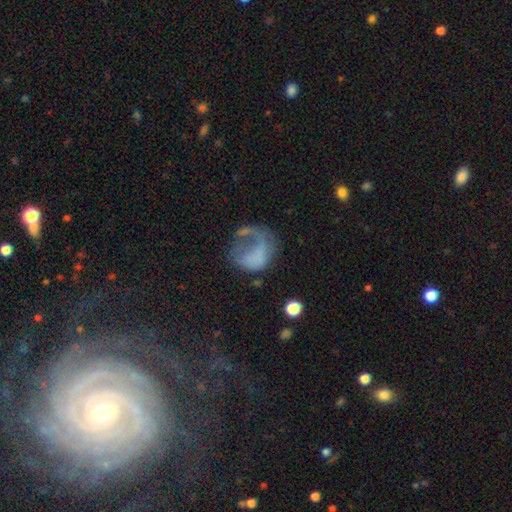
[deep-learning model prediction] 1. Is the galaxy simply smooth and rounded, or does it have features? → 45% smooth, 43% featured or disk, 12% star or artifact.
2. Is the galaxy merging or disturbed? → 52% major disturbance, 26% none, 15% minor disturbance, 6% merger.